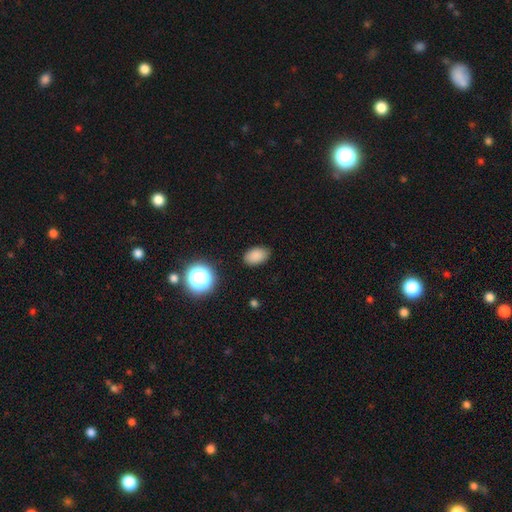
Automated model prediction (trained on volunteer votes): smooth-or-featured: smooth: 83% | star or artifact: 12% | featured or disk: 5%
  how-rounded: in between: 87% | round: 11% | cigar-shaped: 1%
  merging: none: 85% | minor disturbance: 11% | major disturbance: 3% | merger: 1%